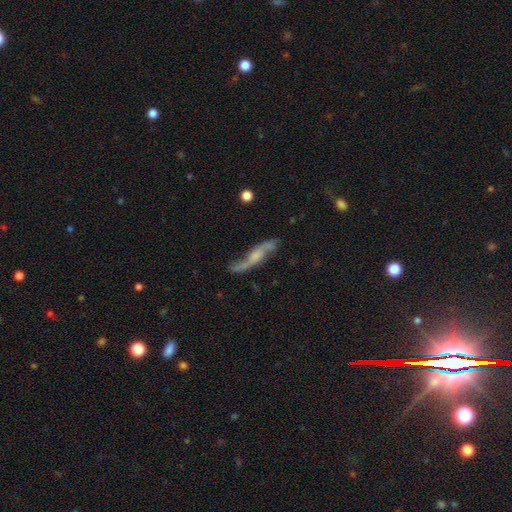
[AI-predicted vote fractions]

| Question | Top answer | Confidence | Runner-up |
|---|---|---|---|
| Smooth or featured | featured or disk | 81% | smooth (12%) |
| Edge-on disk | no | 73% | yes (27%) |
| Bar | no | 55% | weak (35%) |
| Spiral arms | yes | 94% | no (6%) |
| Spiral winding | loose | 80% | medium (16%) |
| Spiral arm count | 2 | 92% | can't tell (3%) |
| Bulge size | moderate | 35% | small (30%) |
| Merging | none | 71% | minor disturbance (18%) |